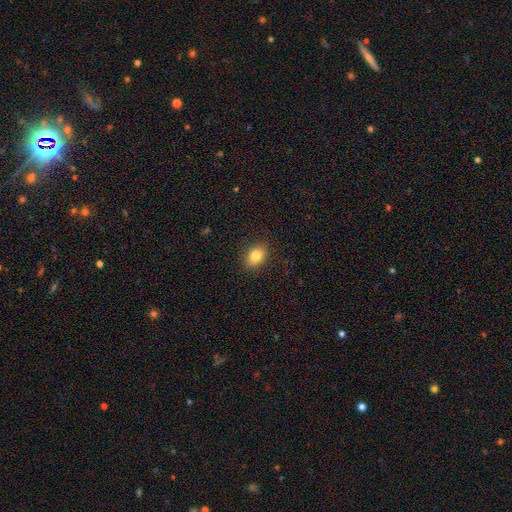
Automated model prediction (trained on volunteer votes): smooth-or-featured: smooth: 83% | star or artifact: 10% | featured or disk: 8%
  how-rounded: in between: 71% | round: 27% | cigar-shaped: 1%
  merging: none: 88% | minor disturbance: 8% | major disturbance: 2% | merger: 1%